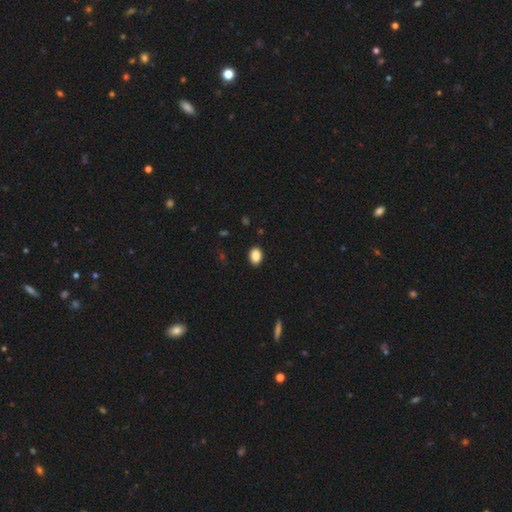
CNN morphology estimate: Smooth or featured: smooth — 88% (star or artifact — 8%)
How rounded: in between — 79% (round — 20%)
Merging: none — 90% (minor disturbance — 7%)